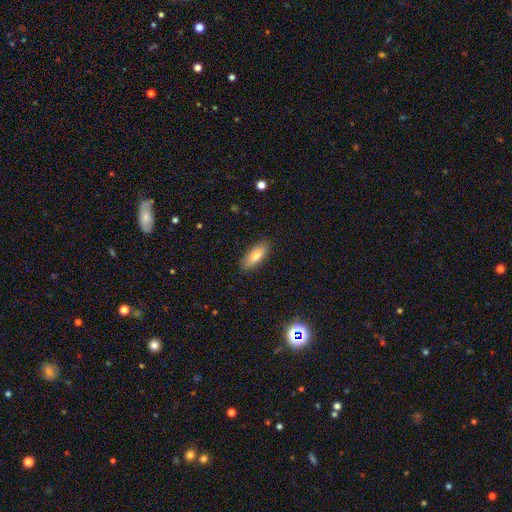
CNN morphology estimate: Smooth or featured? smooth (79%)
How rounded? in between (71%)
Merging? none (88%)